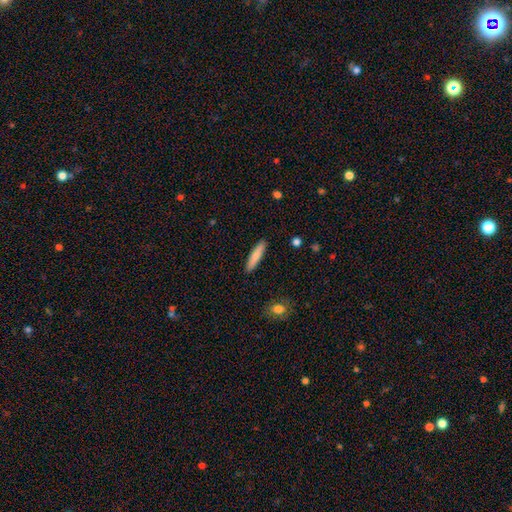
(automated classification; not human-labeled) The model was most divided on "smooth or featured": smooth: 82%, featured or disk: 13%, star or artifact: 5%. More confident: merging — none (90%); how rounded — cigar-shaped (86%).